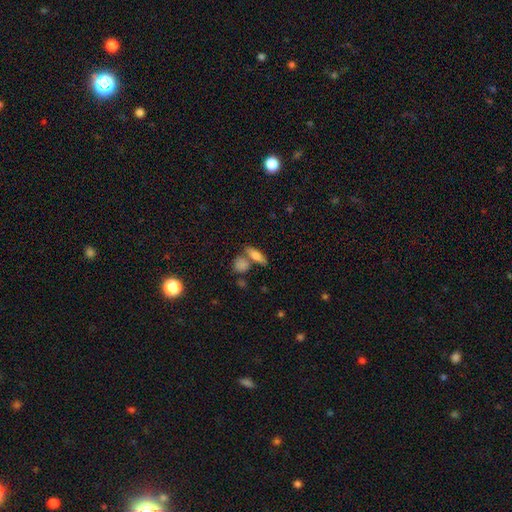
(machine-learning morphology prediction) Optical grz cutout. It shows a smooth galaxy with no disk features (71%) that is in between round and cigar-shaped (51%). Merging: none (61%).